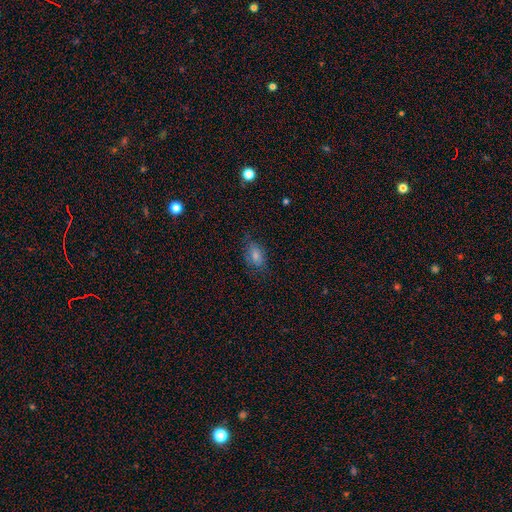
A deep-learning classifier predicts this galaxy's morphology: Smooth or featured?
  - smooth: 76% *
  - featured or disk: 13%
  - star or artifact: 11%
How rounded?
  - in between: 87% *
  - round: 9%
  - cigar-shaped: 4%
Merging?
  - none: 69% *
  - minor disturbance: 23%
  - major disturbance: 7%
  - merger: 1%